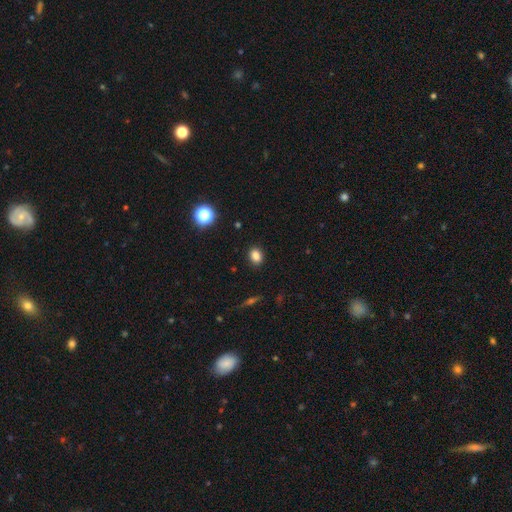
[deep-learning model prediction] A smooth galaxy with no disk features (84%) that is in between round and cigar-shaped (62%).

Vote fractions:
- Smooth or featured? smooth: 84% / star or artifact: 12% / featured or disk: 4%
- How rounded? in between: 62% / round: 37% / cigar-shaped: 1%
- Merging? none: 89% / minor disturbance: 8% / major disturbance: 2% / merger: 1%